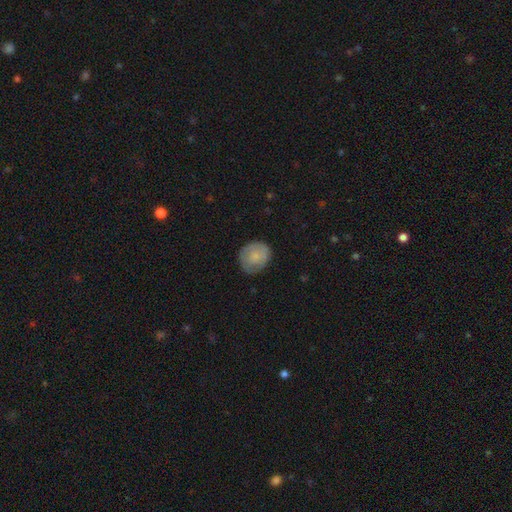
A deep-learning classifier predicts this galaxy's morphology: Smooth or featured? Predicted: smooth (p=0.71). How rounded? Predicted: round (p=0.79). Merging? Predicted: none (p=0.76).